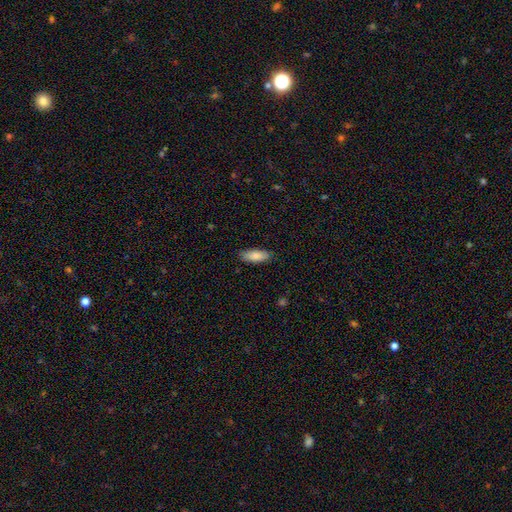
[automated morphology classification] Q: Smooth or featured?
A: smooth (86%); runner-up: featured or disk (8%)
Q: How rounded?
A: in between (71%); runner-up: cigar-shaped (28%)
Q: Merging?
A: none (85%); runner-up: minor disturbance (12%)